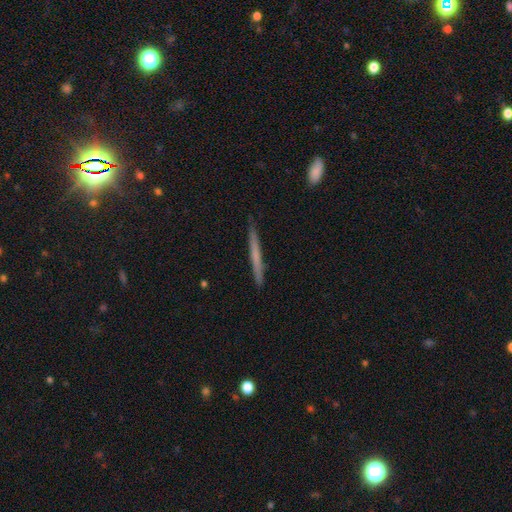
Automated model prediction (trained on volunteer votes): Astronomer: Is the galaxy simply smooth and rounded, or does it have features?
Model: smooth — 52% (runner-up: featured or disk, 42%).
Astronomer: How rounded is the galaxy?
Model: cigar-shaped — 97%.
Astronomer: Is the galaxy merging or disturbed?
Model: none — 90%.